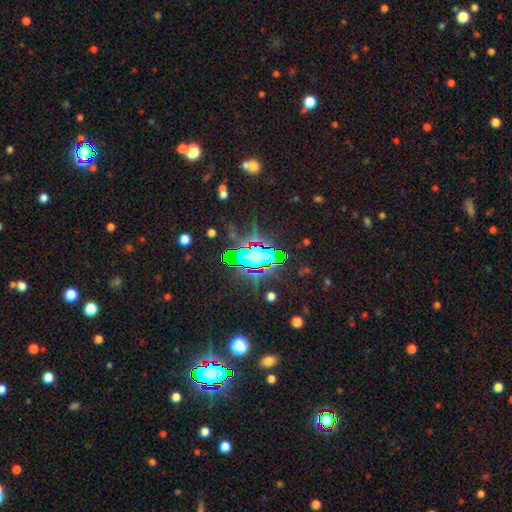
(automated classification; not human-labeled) smooth_or_featured: star or artifact (p=0.64) [alt: smooth p=0.21]